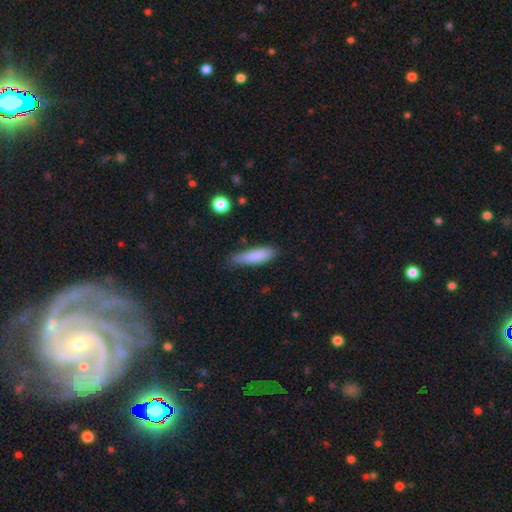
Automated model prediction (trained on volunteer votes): Overall: smooth (85%). How rounded: cigar-shaped (67%; in between 32%). Merging: none (66%; minor disturbance 27%).